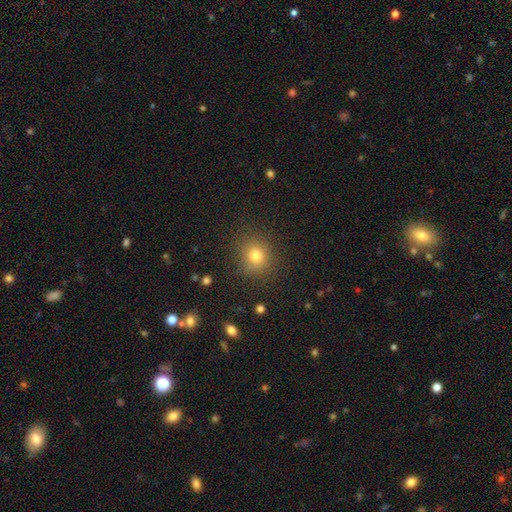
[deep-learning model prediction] Q: Smooth or featured?
A: smooth (78%); runner-up: star or artifact (15%)
Q: How rounded?
A: round (87%); runner-up: in between (12%)
Q: Merging?
A: none (87%); runner-up: minor disturbance (9%)